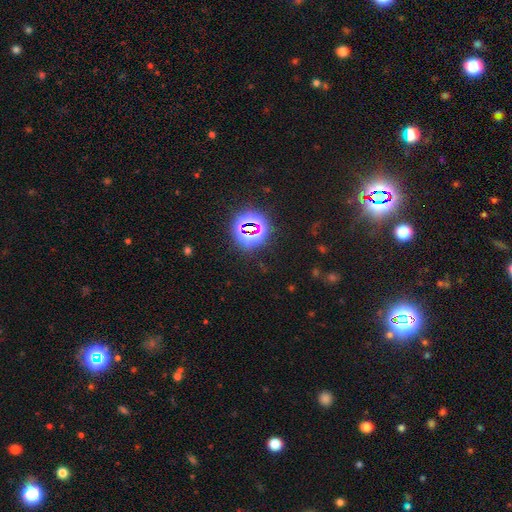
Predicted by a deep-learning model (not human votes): Smooth or featured?
  - star or artifact: 79% *
  - smooth: 14%
  - featured or disk: 7%